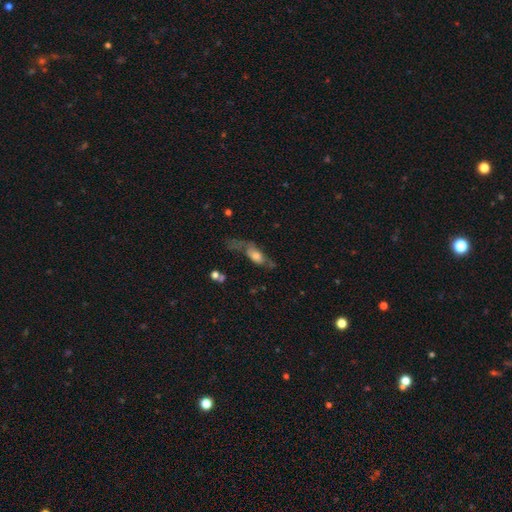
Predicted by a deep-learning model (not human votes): A smooth galaxy with no disk features (50%). Merging: major disturbance (40%).